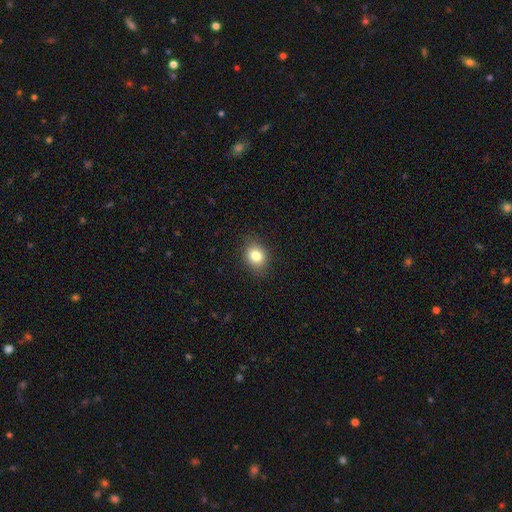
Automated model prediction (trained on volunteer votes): Overall: smooth (82%). How rounded: round (58%; in between 41%). Merging: none (87%).